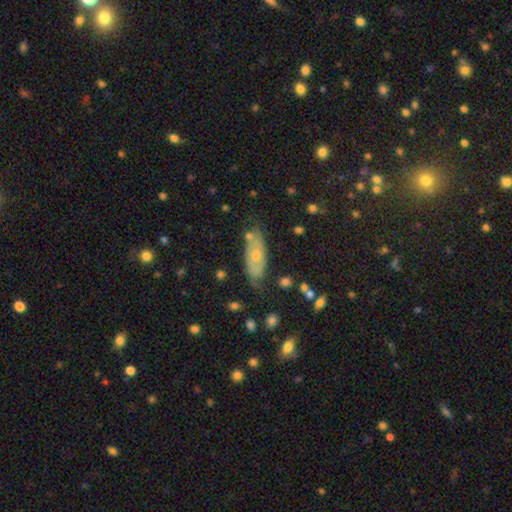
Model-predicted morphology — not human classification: This is possibly a featured or disk galaxy (45%). Merging: likely none (70%).